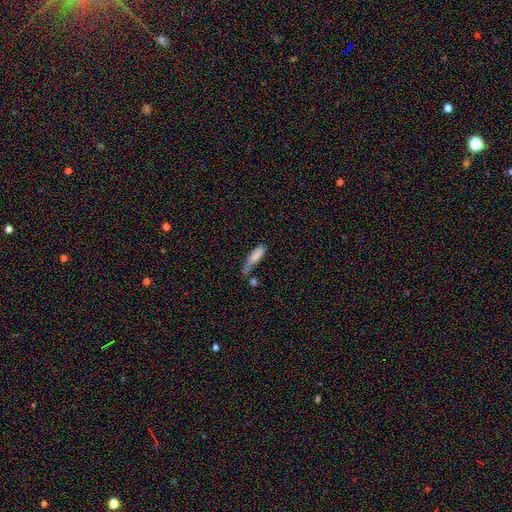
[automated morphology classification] Smooth or featured: smooth — 81% (featured or disk — 11%)
How rounded: in between — 50% (cigar-shaped — 48%)
Merging: none — 36% (minor disturbance — 30%)